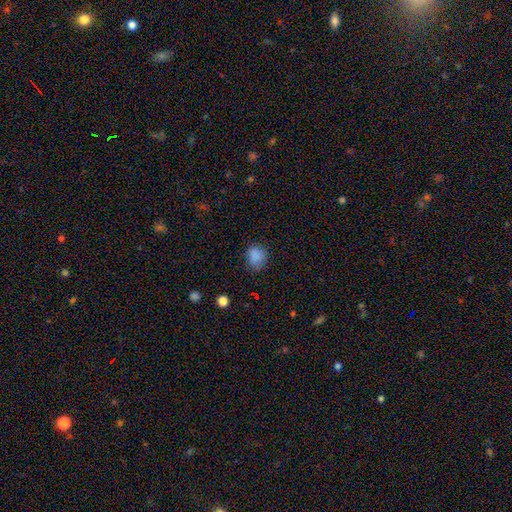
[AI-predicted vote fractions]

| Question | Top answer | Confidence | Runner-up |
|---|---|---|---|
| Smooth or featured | smooth | 82% | star or artifact (13%) |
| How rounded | round | 64% | in between (35%) |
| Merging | none | 73% | minor disturbance (20%) |